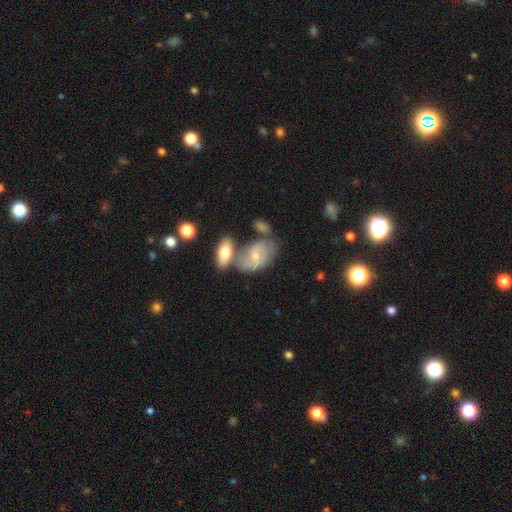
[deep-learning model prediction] Overall: featured or disk (54%; smooth 38%). Edge-on disk: no (92%). Merging: none (41%; merger 30%).